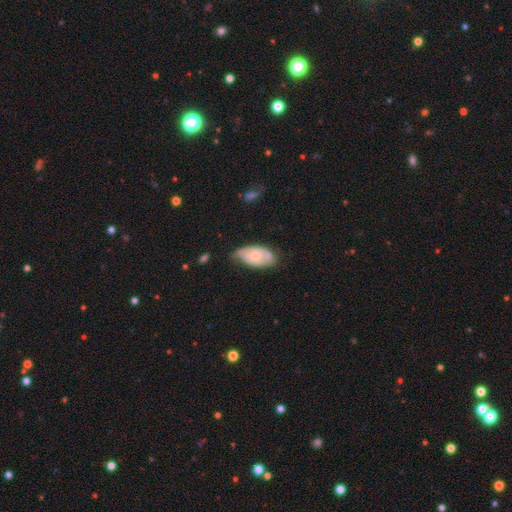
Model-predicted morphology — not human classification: A smooth galaxy with no disk features (53%) that is in between round and cigar-shaped (93%). Merging: none (49%).